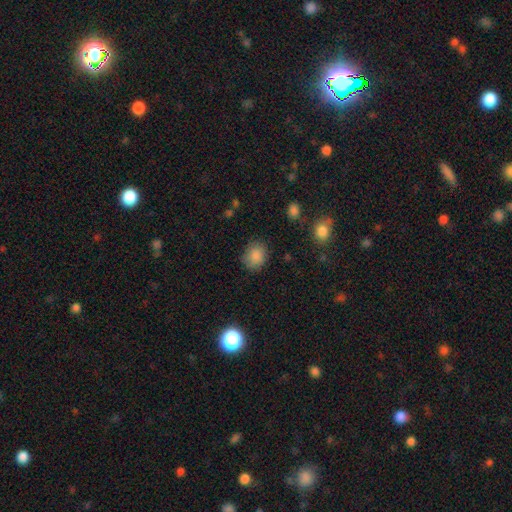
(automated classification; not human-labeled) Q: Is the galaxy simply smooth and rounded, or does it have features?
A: smooth — 86%.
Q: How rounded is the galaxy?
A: round — 61%.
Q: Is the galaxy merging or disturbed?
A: none — 79%.